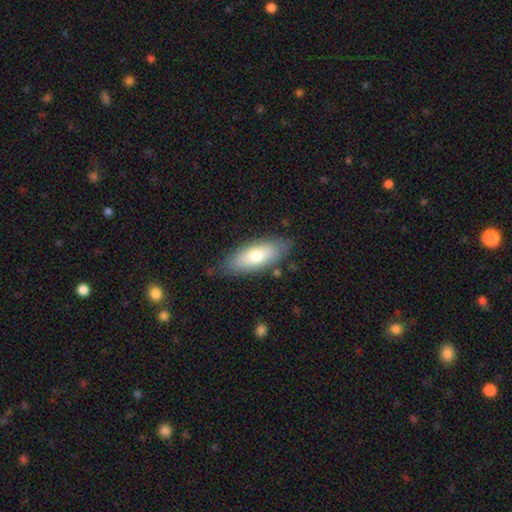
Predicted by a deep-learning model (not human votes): The model was most divided on "smooth or featured": smooth: 69%, featured or disk: 25%, star or artifact: 6%. More confident: merging — none (80%); how rounded — in between (72%).